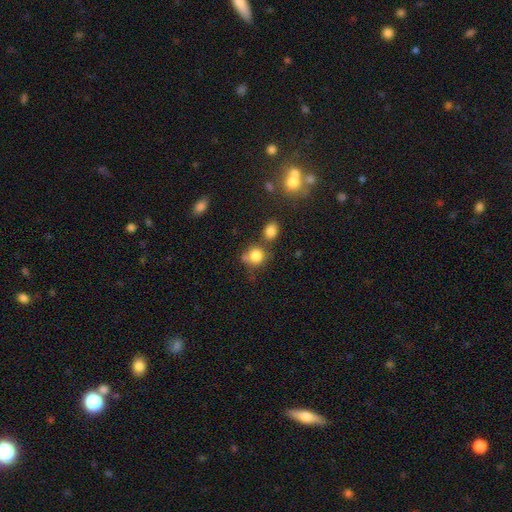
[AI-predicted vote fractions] Smooth or featured? smooth (81%)
How rounded? round (82%)
Merging? none (55%)